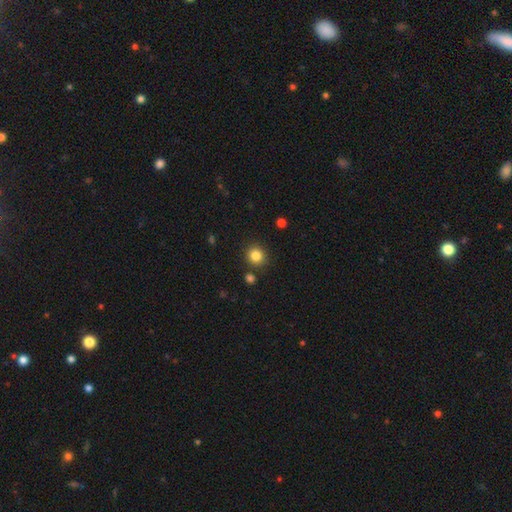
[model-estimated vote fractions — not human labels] Smooth or featured?
  - smooth: 84% *
  - star or artifact: 11%
  - featured or disk: 5%
How rounded?
  - round: 88% *
  - in between: 11%
  - cigar-shaped: 1%
Merging?
  - none: 85% *
  - minor disturbance: 8%
  - merger: 5%
  - major disturbance: 2%